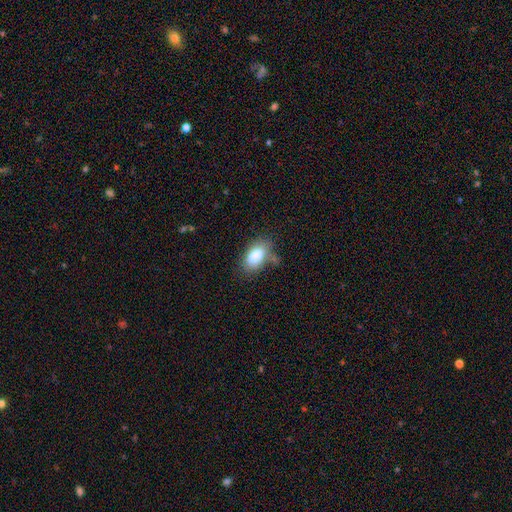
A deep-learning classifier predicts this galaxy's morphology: smooth-or-featured: smooth: 84% | featured or disk: 9% | star or artifact: 8%
  how-rounded: in between: 92% | round: 5% | cigar-shaped: 3%
  merging: none: 65% | minor disturbance: 23% | major disturbance: 7% | merger: 5%